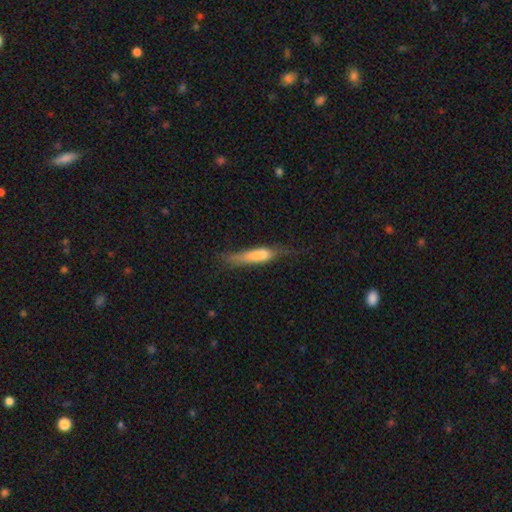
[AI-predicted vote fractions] This appears to be a smooth galaxy with no disk features (58%) that is cigar-shaped (86%). Merging: none (53%).